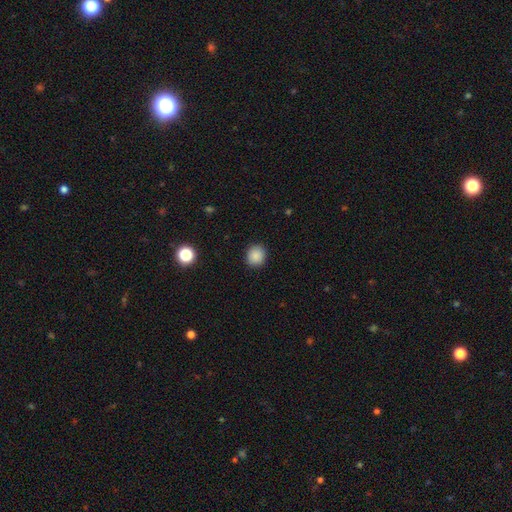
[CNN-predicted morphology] type=smooth (88%); roundness=round (81%); merging=none (90%).